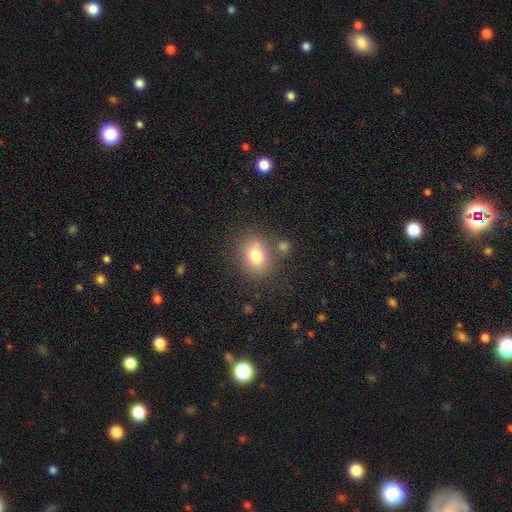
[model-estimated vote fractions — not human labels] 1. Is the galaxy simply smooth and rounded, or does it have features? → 76% smooth, 12% featured or disk, 11% star or artifact.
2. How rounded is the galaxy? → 53% round, 46% in between, 1% cigar-shaped.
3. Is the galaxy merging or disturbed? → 70% none, 14% minor disturbance, 11% merger, 5% major disturbance.